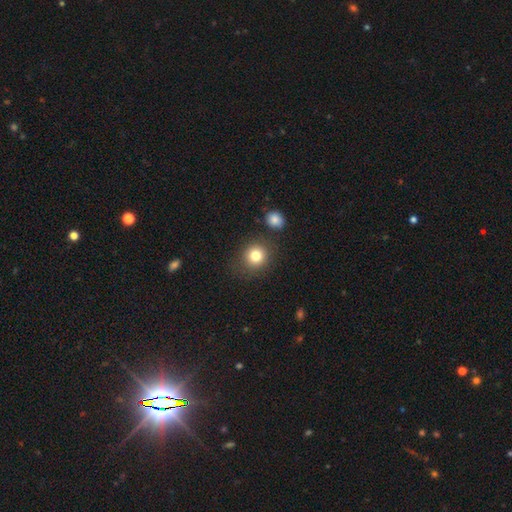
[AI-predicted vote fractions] Smooth or featured? Predicted: smooth (p=0.82). How rounded? Predicted: round (p=0.86). Merging? Predicted: none (p=0.80).